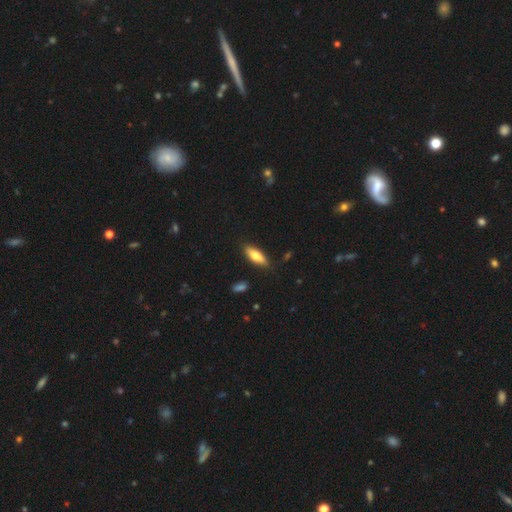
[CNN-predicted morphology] This is likely a smooth galaxy (71%). How rounded: likely in between (63%). Merging: clearly none (86%).